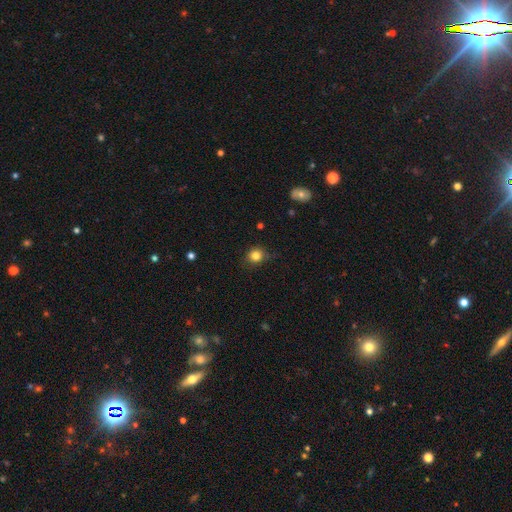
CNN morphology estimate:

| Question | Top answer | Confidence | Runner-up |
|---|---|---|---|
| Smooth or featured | smooth | 83% | star or artifact (12%) |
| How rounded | round | 85% | in between (14%) |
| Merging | none | 78% | minor disturbance (17%) |